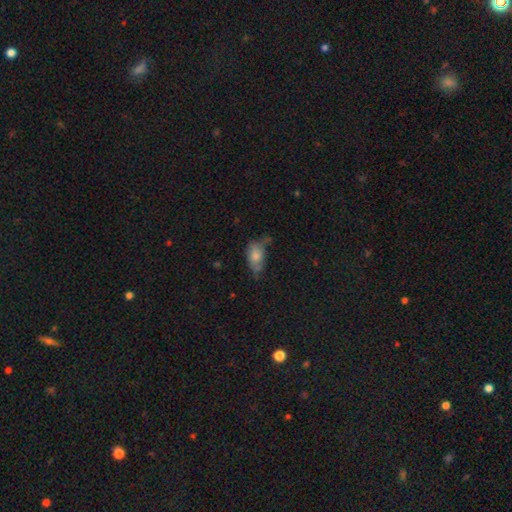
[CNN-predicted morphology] Q: Smooth or featured?
A: smooth (71%); runner-up: featured or disk (20%)
Q: How rounded?
A: in between (88%); runner-up: round (8%)
Q: Merging?
A: none (38%); runner-up: minor disturbance (36%)